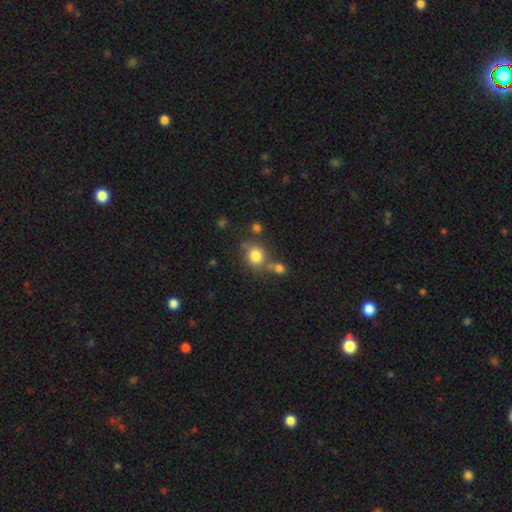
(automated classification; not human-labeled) This appears to be a smooth galaxy with no disk features (81%) that is round (77%). Merging: none (60%).